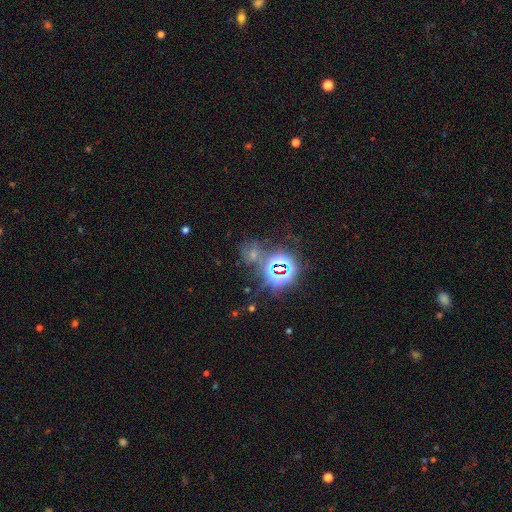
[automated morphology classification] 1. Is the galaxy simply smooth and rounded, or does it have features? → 71% star or artifact, 18% smooth, 10% featured or disk.